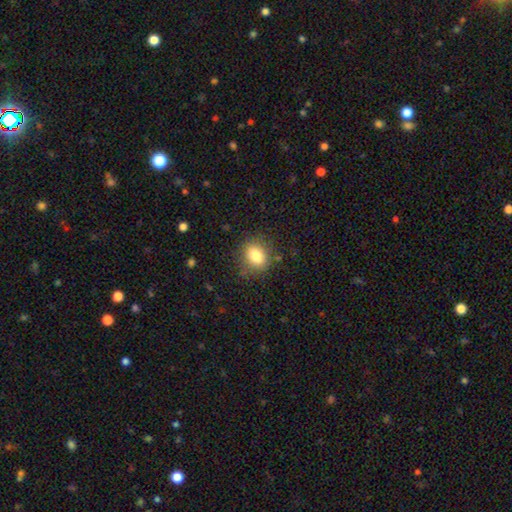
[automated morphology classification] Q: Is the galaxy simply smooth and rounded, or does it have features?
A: smooth — 82%.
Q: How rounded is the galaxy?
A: in between — 57%.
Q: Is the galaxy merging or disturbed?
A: none — 82%.